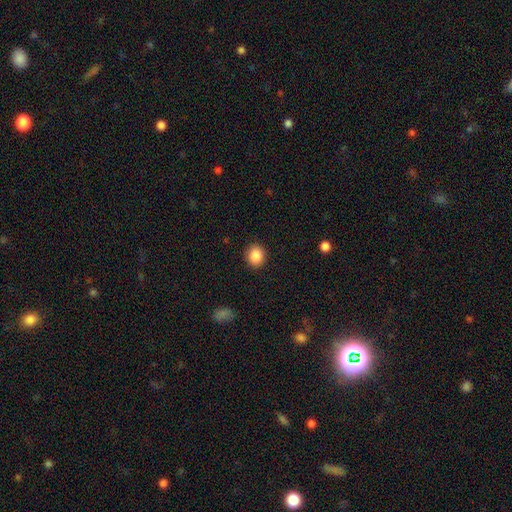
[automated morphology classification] A smooth galaxy with no disk features (87%) that is round (70%).

Vote fractions:
- Smooth or featured? smooth: 87% / star or artifact: 9% / featured or disk: 4%
- How rounded? round: 70% / in between: 29% / cigar-shaped: 1%
- Merging? none: 90% / minor disturbance: 7% / major disturbance: 2% / merger: 1%